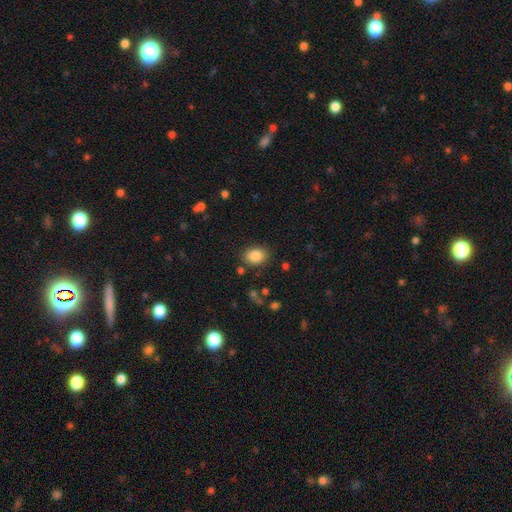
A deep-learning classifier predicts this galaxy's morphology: Smooth or featured: smooth — 86% (star or artifact — 9%)
How rounded: in between — 67% (round — 32%)
Merging: none — 85% (minor disturbance — 10%)